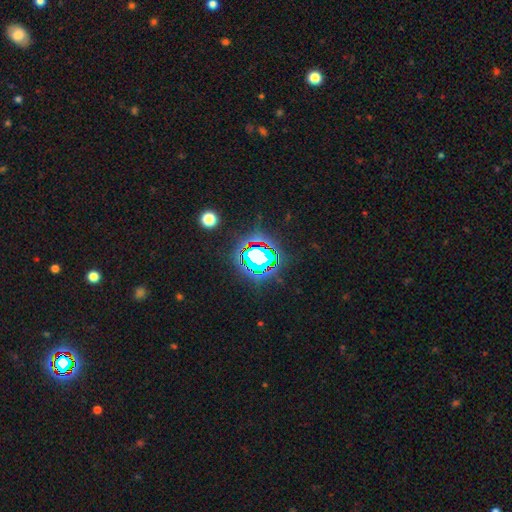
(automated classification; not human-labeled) Smooth or featured? Predicted: star or artifact (p=0.71).